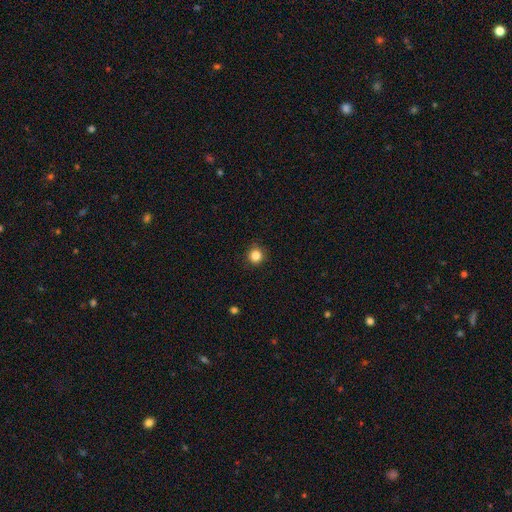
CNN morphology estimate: A smooth galaxy with no disk features (85%) that is round (93%). Merging: none (90%).